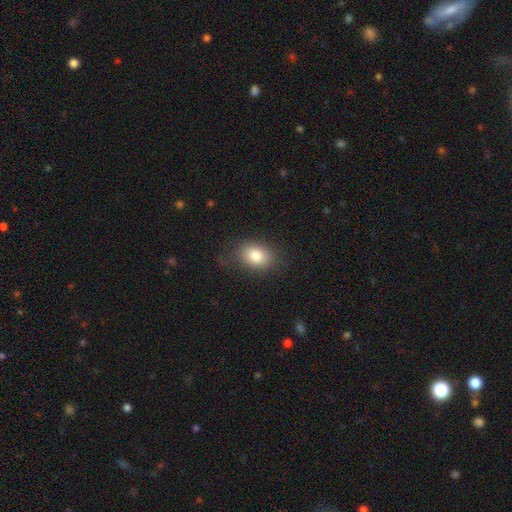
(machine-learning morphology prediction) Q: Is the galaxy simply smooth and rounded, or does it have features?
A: smooth — 83%.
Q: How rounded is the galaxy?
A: in between — 79%.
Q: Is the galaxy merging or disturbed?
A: none — 78%.